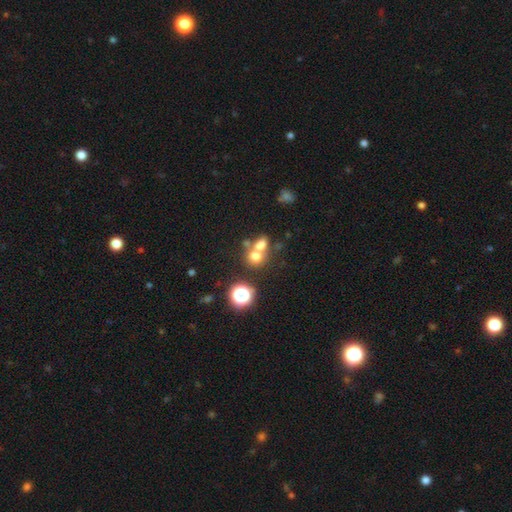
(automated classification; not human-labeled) smooth-or-featured: smooth: 67% | star or artifact: 19% | featured or disk: 14%
  how-rounded: round: 74% | in between: 25% | cigar-shaped: 1%
  merging: merger: 50% | none: 39% | minor disturbance: 7% | major disturbance: 4%